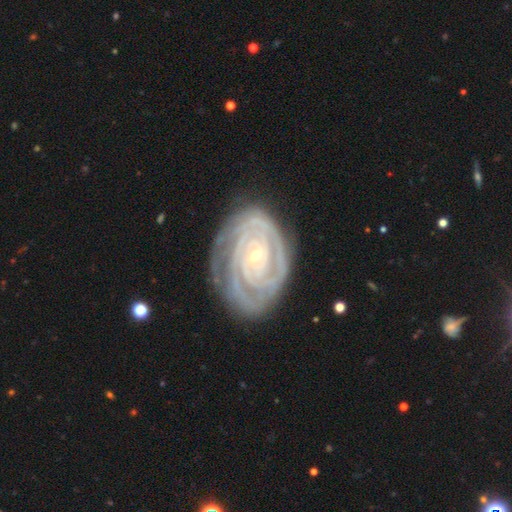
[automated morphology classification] Smooth or featured?
  - featured or disk: 90% *
  - smooth: 5%
  - star or artifact: 5%
Edge-on disk?
  - no: 97% *
  - yes: 3%
Bar?
  - no: 64% *
  - weak: 24%
  - strong: 12%
Spiral arms?
  - yes: 97% *
  - no: 3%
Spiral winding?
  - tight: 85% *
  - medium: 13%
  - loose: 2%
Spiral arm count?
  - 2: 32% *
  - can't tell: 22%
  - 3: 22%
  - 4: 12%
  - more than 4: 6%
  - 1: 6%
Bulge size?
  - small: 84% *
  - moderate: 12%
  - none: 2%
  - large: 1%
  - dominant: 1%
Merging?
  - none: 73% *
  - minor disturbance: 19%
  - major disturbance: 7%
  - merger: 2%